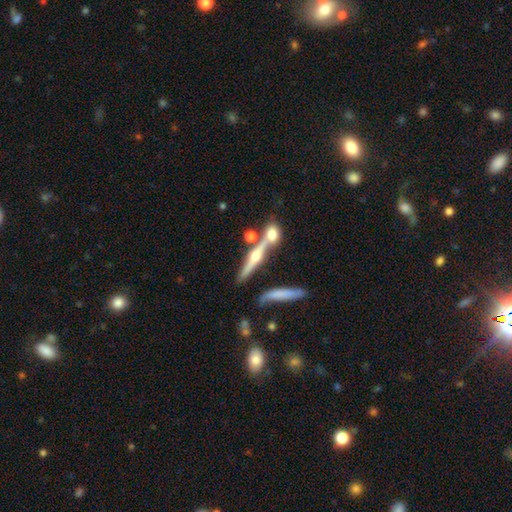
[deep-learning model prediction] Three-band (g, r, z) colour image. It shows a featured or disk galaxy (72%) viewed edge-on (94%) with a rounded central bulge (93%). Merging: none (67%).